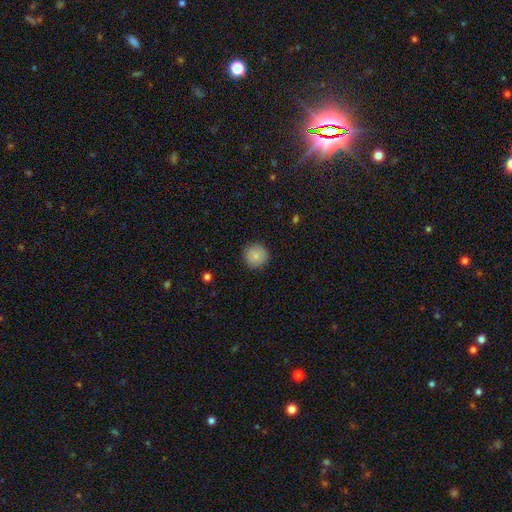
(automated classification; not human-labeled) The model was most divided on "smooth or featured": smooth: 86%, star or artifact: 8%, featured or disk: 6%. More confident: how rounded — round (94%); merging — none (89%).